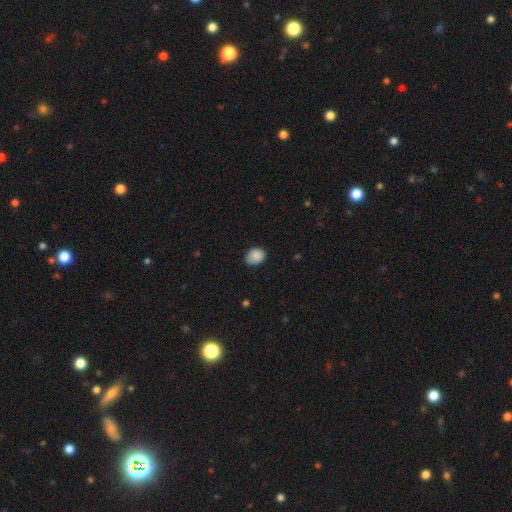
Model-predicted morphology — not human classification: Q: Smooth or featured?
A: smooth (88%); runner-up: star or artifact (8%)
Q: How rounded?
A: in between (50%); runner-up: round (49%)
Q: Merging?
A: none (75%); runner-up: minor disturbance (20%)